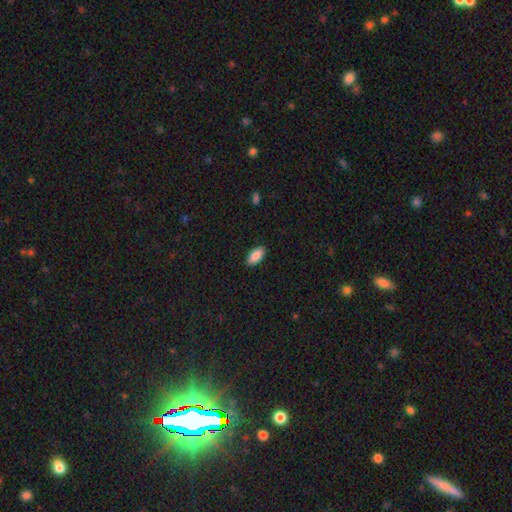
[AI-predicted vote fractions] The model was most divided on "merging": none: 89%, minor disturbance: 8%, major disturbance: 2%, merger: 1%. More confident: how rounded — in between (92%); smooth or featured — smooth (89%).